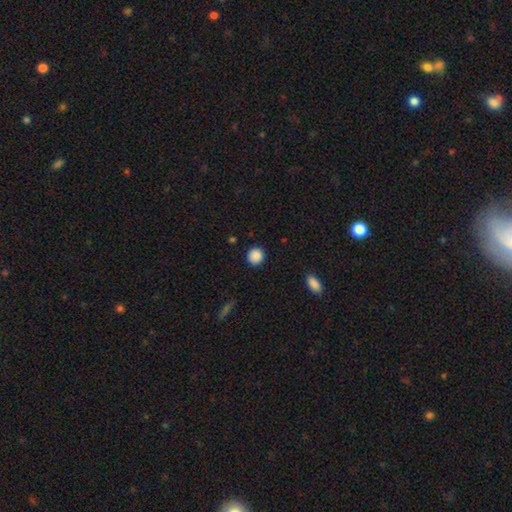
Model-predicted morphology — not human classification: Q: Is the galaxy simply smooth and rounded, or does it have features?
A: smooth — 89%.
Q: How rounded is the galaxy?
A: round — 90%.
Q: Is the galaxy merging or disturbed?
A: none — 90%.